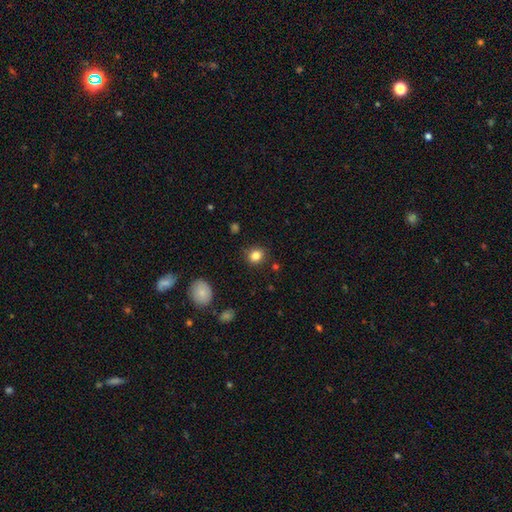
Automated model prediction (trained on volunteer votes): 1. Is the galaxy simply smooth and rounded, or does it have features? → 83% smooth, 11% star or artifact, 5% featured or disk.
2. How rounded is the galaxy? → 76% round, 24% in between, 1% cigar-shaped.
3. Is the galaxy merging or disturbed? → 86% none, 9% minor disturbance, 3% major disturbance, 2% merger.